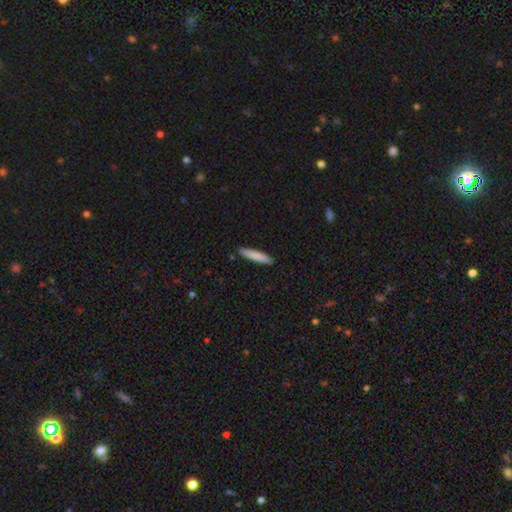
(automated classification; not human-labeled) Morphology: type=smooth (83%); roundness=cigar-shaped (89%); merging=none (90%).